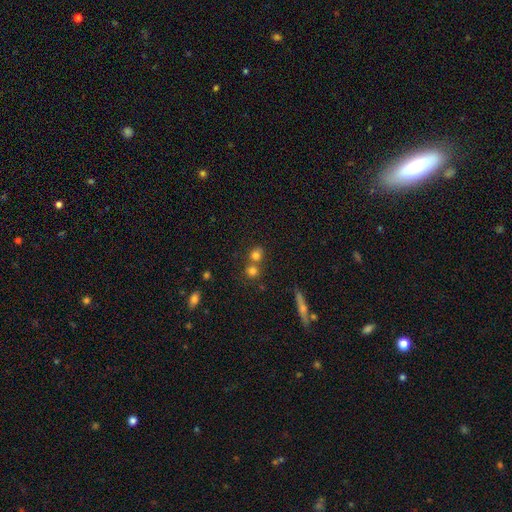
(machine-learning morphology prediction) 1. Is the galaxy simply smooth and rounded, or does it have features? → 75% smooth, 16% star or artifact, 9% featured or disk.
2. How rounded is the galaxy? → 78% round, 20% in between, 2% cigar-shaped.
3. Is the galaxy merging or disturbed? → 48% none, 42% merger, 7% minor disturbance, 3% major disturbance.